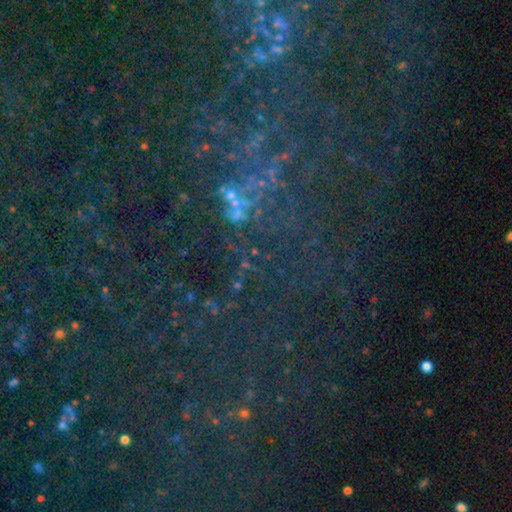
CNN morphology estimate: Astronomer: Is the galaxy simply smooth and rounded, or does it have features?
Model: star or artifact — 75%.